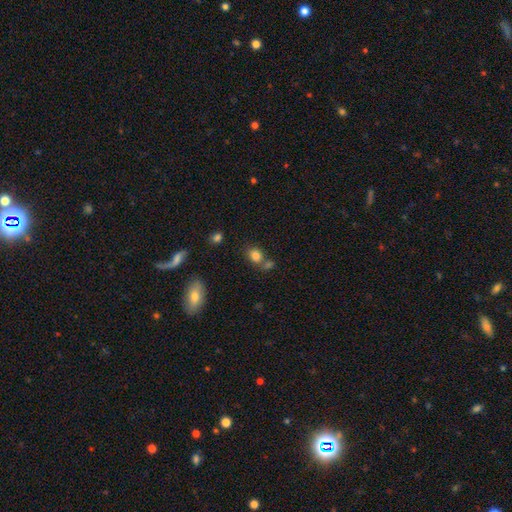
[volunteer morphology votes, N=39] This appears to be a smooth galaxy with no disk features (82%) that is round (69%). Merging: none (51%).